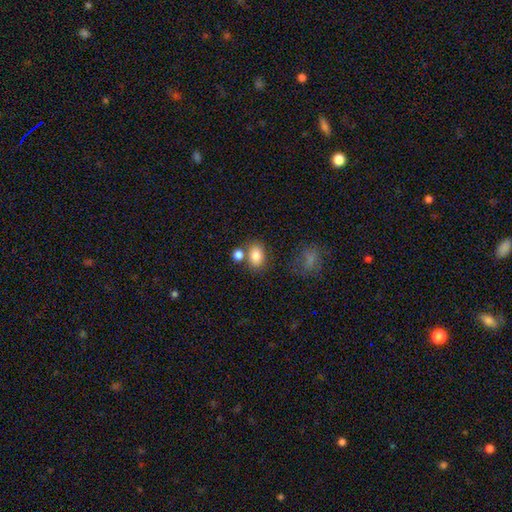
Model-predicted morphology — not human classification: smooth-or-featured: smooth: 82% | star or artifact: 10% | featured or disk: 8%
  how-rounded: in between: 71% | round: 28% | cigar-shaped: 1%
  merging: none: 61% | merger: 22% | minor disturbance: 12% | major disturbance: 5%